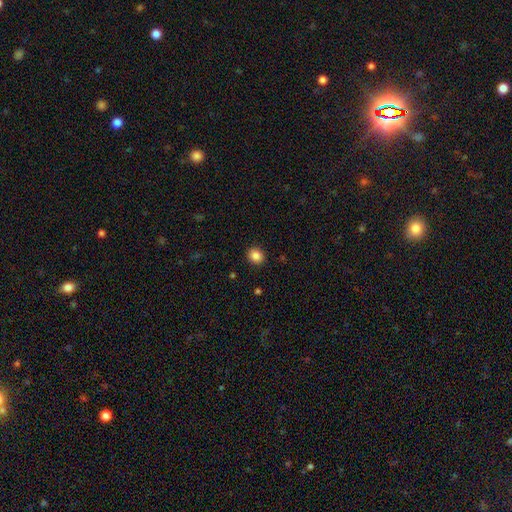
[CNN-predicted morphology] A smooth galaxy with no disk features (86%) that is round (72%).

Vote fractions:
- Smooth or featured? smooth: 86% / star or artifact: 10% / featured or disk: 4%
- How rounded? round: 72% / in between: 27% / cigar-shaped: 1%
- Merging? none: 91% / minor disturbance: 6% / major disturbance: 2% / merger: 1%